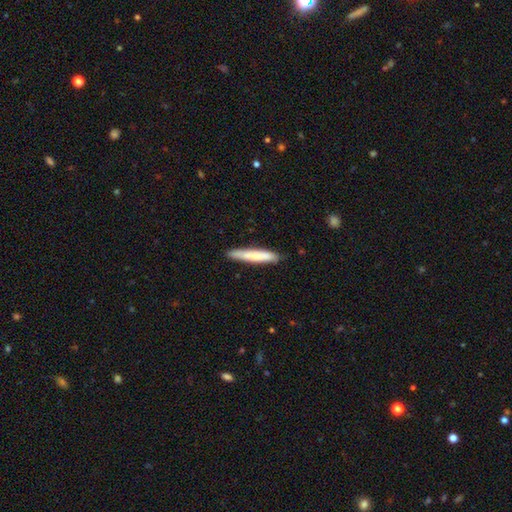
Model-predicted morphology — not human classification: This is likely a smooth galaxy (76%). How rounded: clearly cigar-shaped (93%). Merging: clearly none (85%).